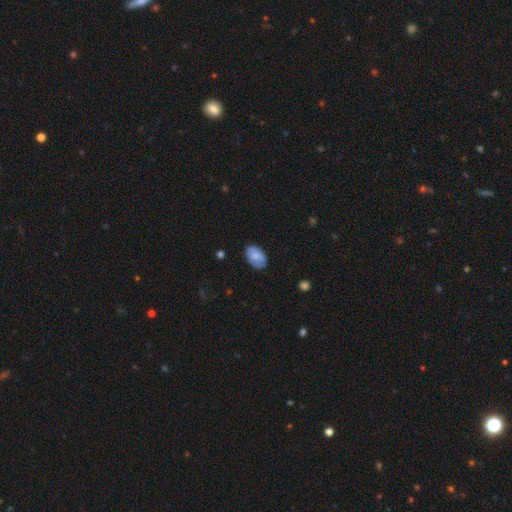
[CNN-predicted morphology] A smooth galaxy with no disk features (76%) that is in between round and cigar-shaped (89%).

Vote fractions:
- Smooth or featured? smooth: 76% / featured or disk: 17% / star or artifact: 7%
- How rounded? in between: 89% / round: 10% / cigar-shaped: 1%
- Merging? none: 73% / minor disturbance: 21% / major disturbance: 4% / merger: 1%